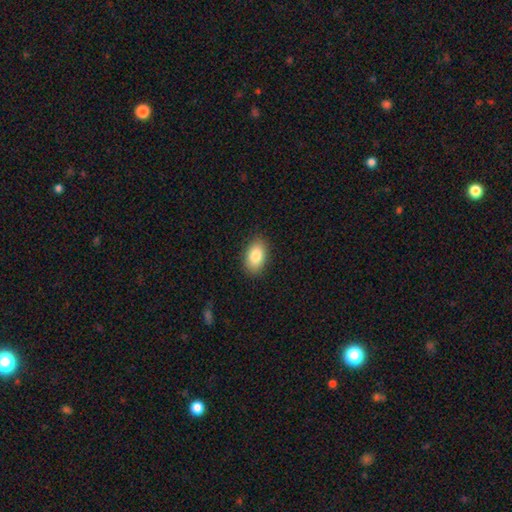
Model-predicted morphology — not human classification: type=smooth (85%); roundness=in between (91%); merging=none (87%).